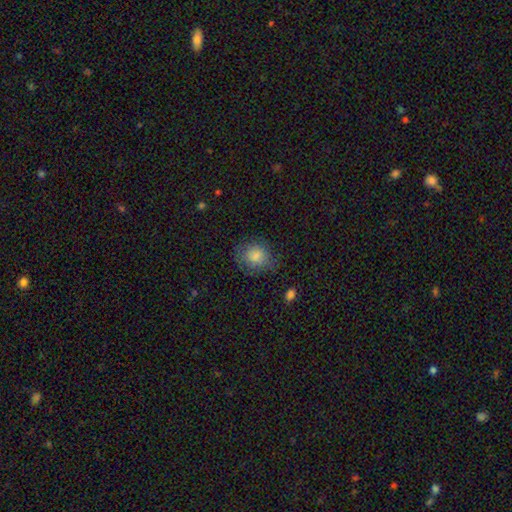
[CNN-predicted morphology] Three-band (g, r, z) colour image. It shows a smooth galaxy with no disk features (79%) that is round (69%). Merging: none (70%).